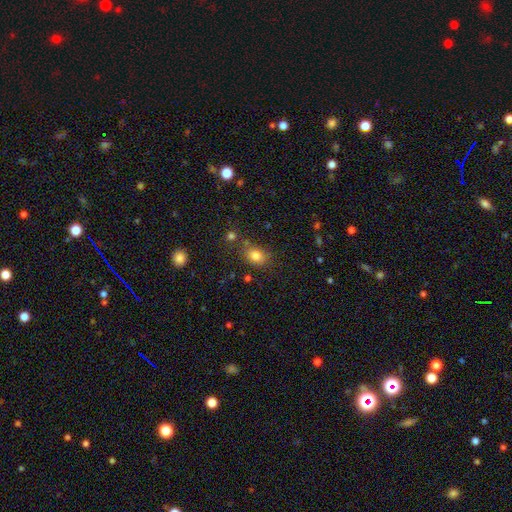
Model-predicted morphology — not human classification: Q: Smooth or featured?
A: smooth (81%); runner-up: star or artifact (12%)
Q: How rounded?
A: in between (62%); runner-up: round (37%)
Q: Merging?
A: none (71%); runner-up: minor disturbance (16%)